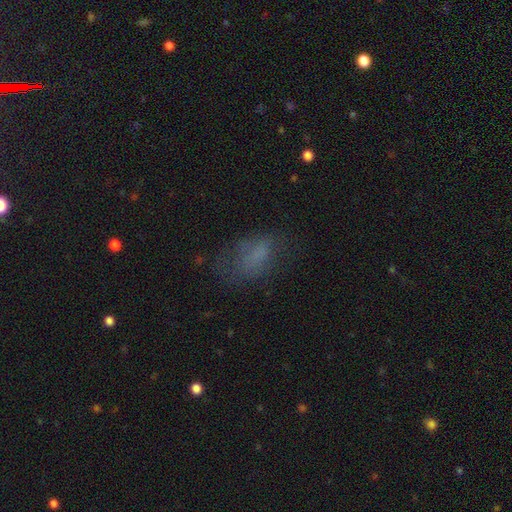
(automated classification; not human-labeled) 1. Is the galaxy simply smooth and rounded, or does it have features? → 62% smooth, 20% featured or disk, 17% star or artifact.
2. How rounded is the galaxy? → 86% in between, 9% round, 5% cigar-shaped.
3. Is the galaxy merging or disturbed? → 51% none, 24% minor disturbance, 23% major disturbance, 2% merger.